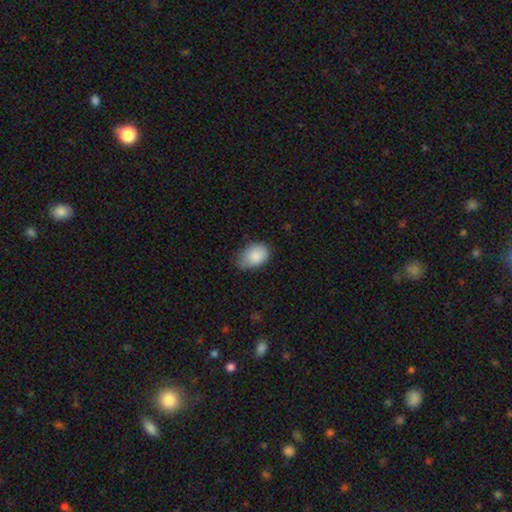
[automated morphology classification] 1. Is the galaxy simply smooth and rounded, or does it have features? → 86% smooth, 7% star or artifact, 6% featured or disk.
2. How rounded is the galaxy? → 85% in between, 14% round, 1% cigar-shaped.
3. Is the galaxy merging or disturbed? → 55% none, 37% minor disturbance, 6% major disturbance, 1% merger.